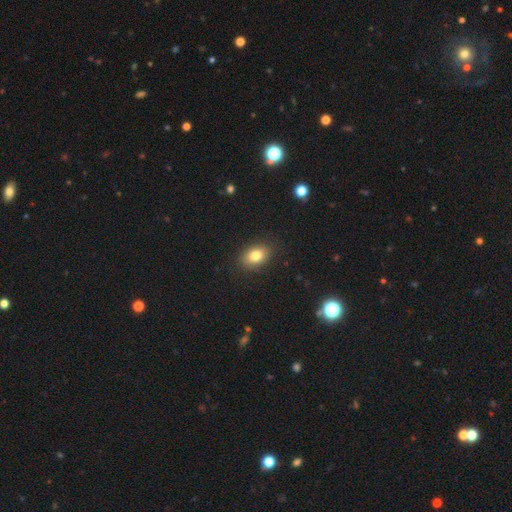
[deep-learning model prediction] smooth 80%, featured or disk 10%, star or artifact 10%. Down the decision tree: how rounded — in between (81%); merging — none (87%).